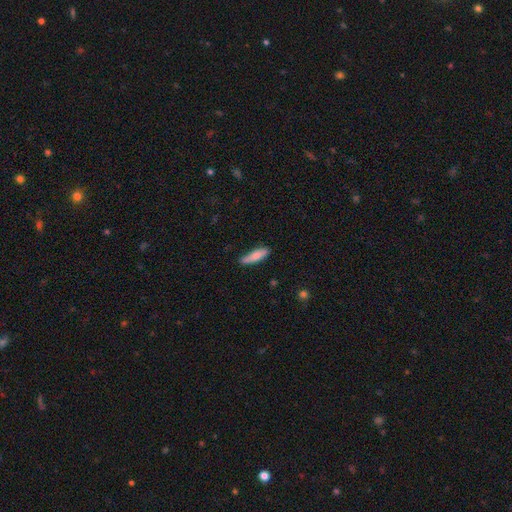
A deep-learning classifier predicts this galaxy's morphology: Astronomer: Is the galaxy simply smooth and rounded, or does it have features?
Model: smooth — 79%.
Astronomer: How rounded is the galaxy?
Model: cigar-shaped — 66%.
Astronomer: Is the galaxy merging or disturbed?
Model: none — 75%.